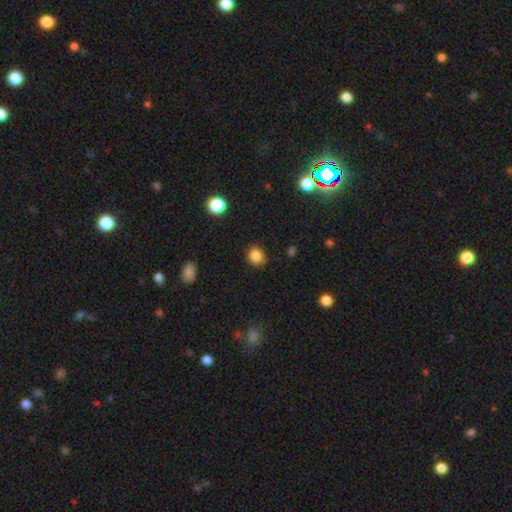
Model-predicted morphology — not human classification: Smooth or featured: smooth — 85% (star or artifact — 11%)
How rounded: round — 75% (in between — 24%)
Merging: none — 84% (minor disturbance — 12%)